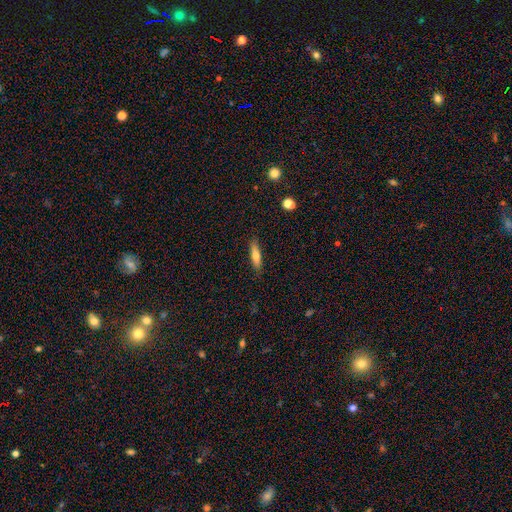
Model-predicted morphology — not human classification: This is likely a smooth galaxy (69%). How rounded: likely cigar-shaped (78%). Merging: clearly none (87%).